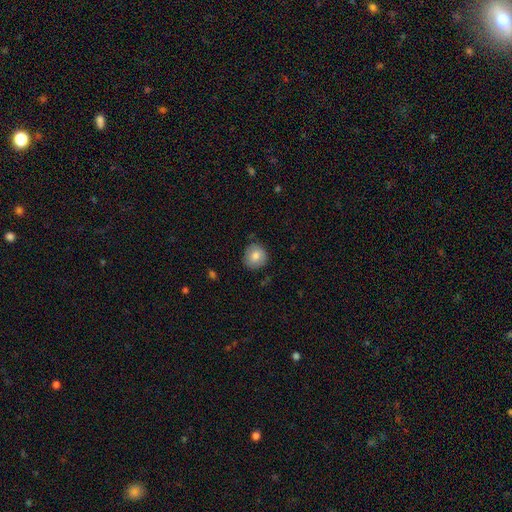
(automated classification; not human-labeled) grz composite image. It shows a smooth galaxy with no disk features (82%) that is round (89%). Merging: none (81%).